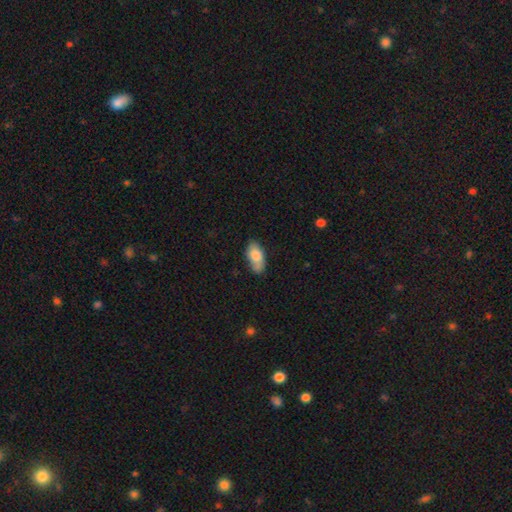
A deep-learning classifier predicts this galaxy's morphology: smooth 79%, featured or disk 14%, star or artifact 7%. Down the decision tree: how rounded — in between (91%); merging — none (66%).